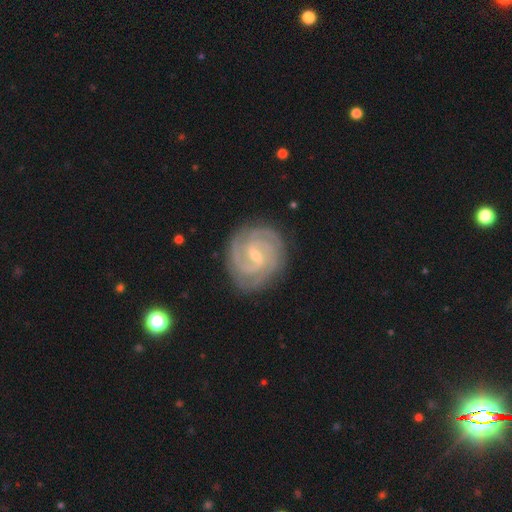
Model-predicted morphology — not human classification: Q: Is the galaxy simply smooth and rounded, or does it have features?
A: featured or disk — 91%.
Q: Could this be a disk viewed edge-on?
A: no — 98%.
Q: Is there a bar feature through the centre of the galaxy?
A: weak — 55%.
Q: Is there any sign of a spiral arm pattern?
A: yes — 98%.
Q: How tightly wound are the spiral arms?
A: tight — 71%.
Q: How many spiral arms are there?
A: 2 — 34%.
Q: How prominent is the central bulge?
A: small — 72%.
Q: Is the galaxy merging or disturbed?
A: none — 84%.